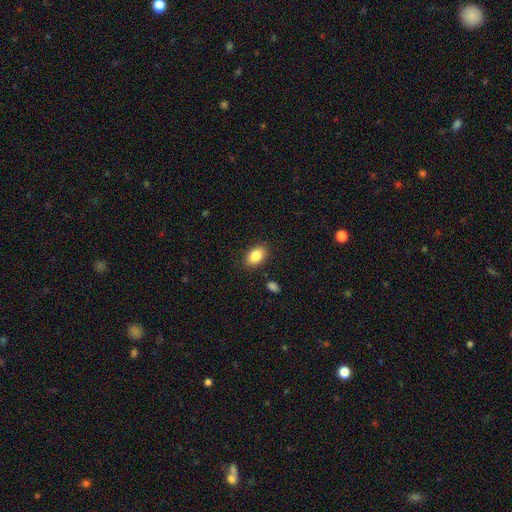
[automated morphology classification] A smooth galaxy with no disk features (86%) that is in between round and cigar-shaped (86%).

Vote fractions:
- Smooth or featured? smooth: 86% / star or artifact: 8% / featured or disk: 6%
- How rounded? in between: 86% / round: 12% / cigar-shaped: 1%
- Merging? none: 86% / minor disturbance: 10% / major disturbance: 3% / merger: 2%